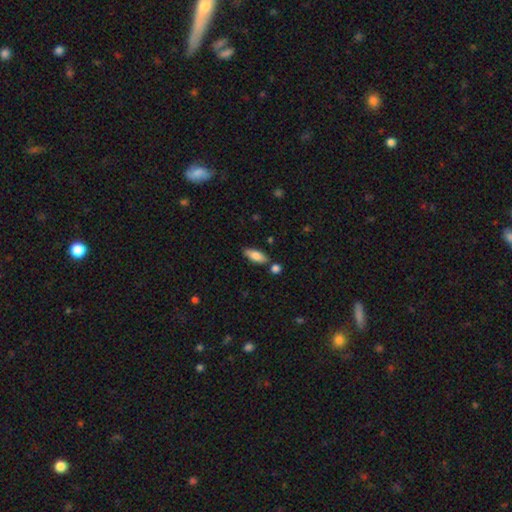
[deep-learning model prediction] A smooth galaxy with no disk features (81%) that is in between round and cigar-shaped (71%). Merging: none (76%).